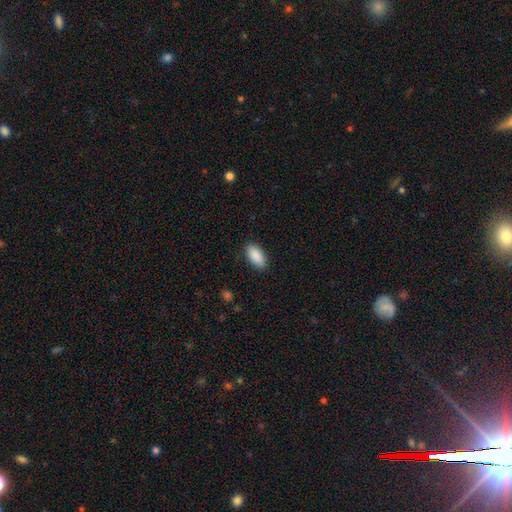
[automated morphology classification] This appears to be a smooth galaxy with no disk features (90%) that is in between round and cigar-shaped (93%). Merging: none (87%).